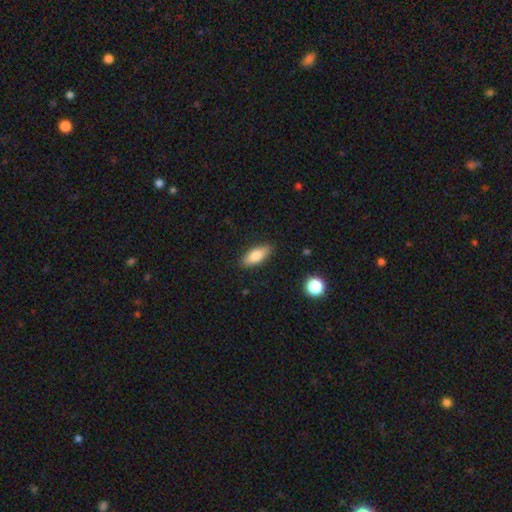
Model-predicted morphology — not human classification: The model was most divided on "how rounded": in between: 76%, cigar-shaped: 21%, round: 3%. More confident: merging — none (87%); smooth or featured — smooth (77%).